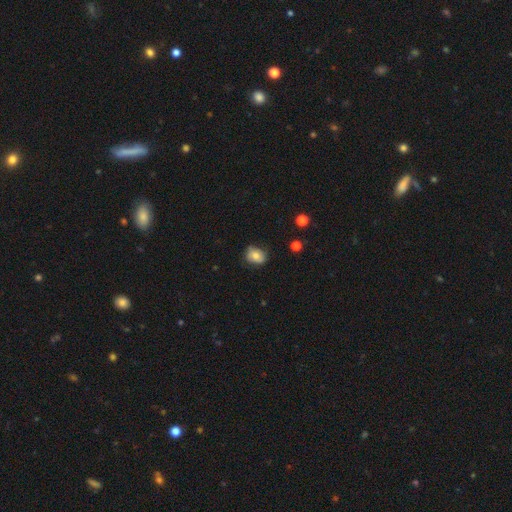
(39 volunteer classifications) Volunteers were most divided on "merging": none: 56%, minor disturbance: 39%, major disturbance: 6%, merger: 0%. More confident: smooth or featured — smooth (74%); how rounded — in between (59%).